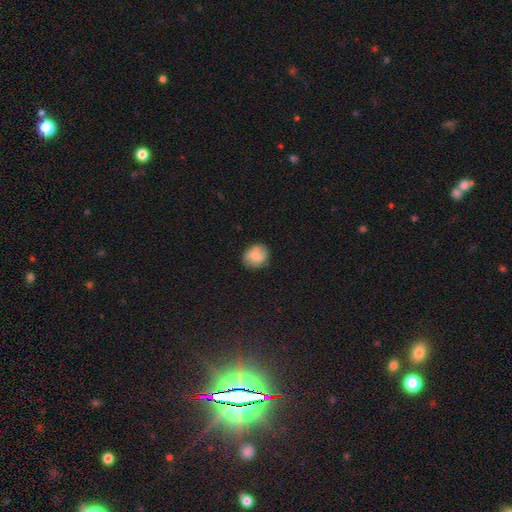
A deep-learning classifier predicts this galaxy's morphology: A smooth galaxy with no disk features (74%) that is round (65%). Merging: none (80%).